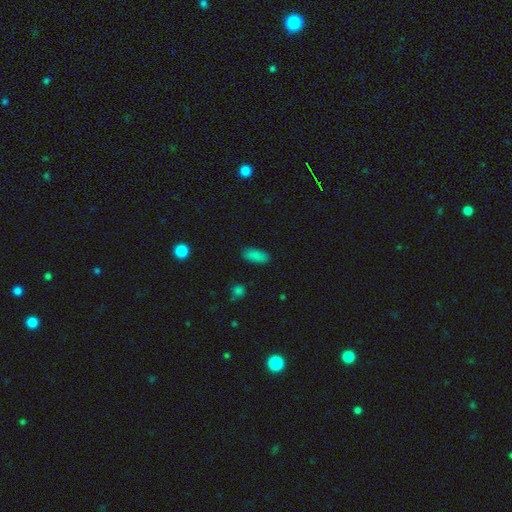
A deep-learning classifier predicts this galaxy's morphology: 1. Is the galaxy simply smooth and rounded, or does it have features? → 86% smooth, 10% star or artifact, 4% featured or disk.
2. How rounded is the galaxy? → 87% in between, 11% cigar-shaped, 3% round.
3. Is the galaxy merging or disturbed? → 86% none, 10% minor disturbance, 2% major disturbance, 1% merger.